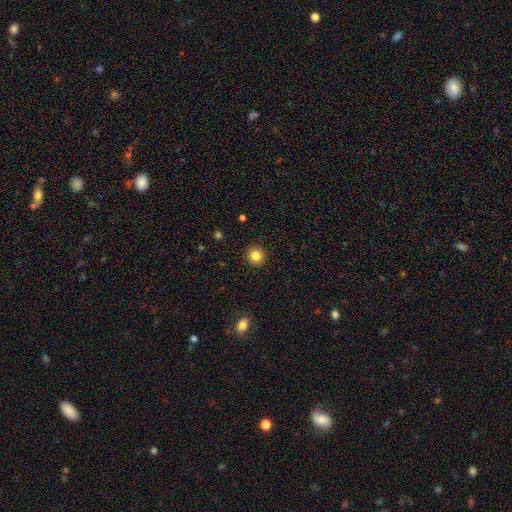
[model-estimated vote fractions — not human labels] This appears to be a smooth galaxy with no disk features (84%) that is round (91%). Merging: none (92%).